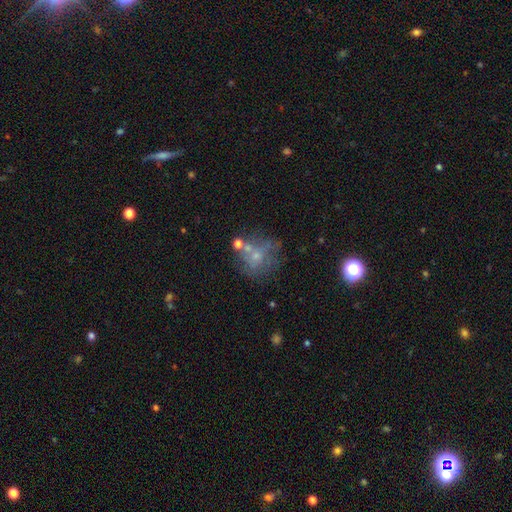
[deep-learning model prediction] A featured or disk galaxy (39%). Merging: none (53%).